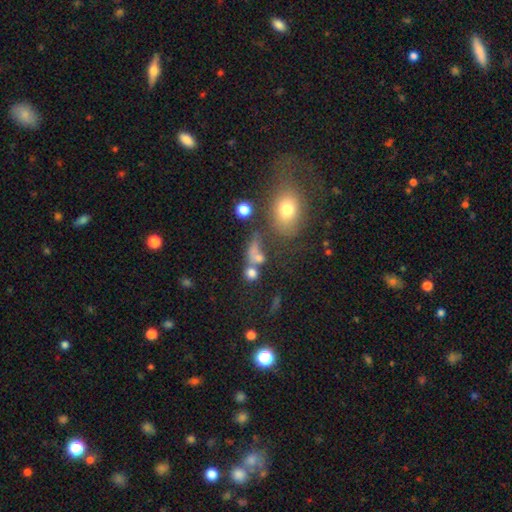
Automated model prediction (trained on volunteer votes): smooth-or-featured: smooth: 65% | star or artifact: 18% | featured or disk: 16%
  how-rounded: round: 53% | in between: 39% | cigar-shaped: 8%
  merging: merger: 39% | none: 31% | major disturbance: 18% | minor disturbance: 13%